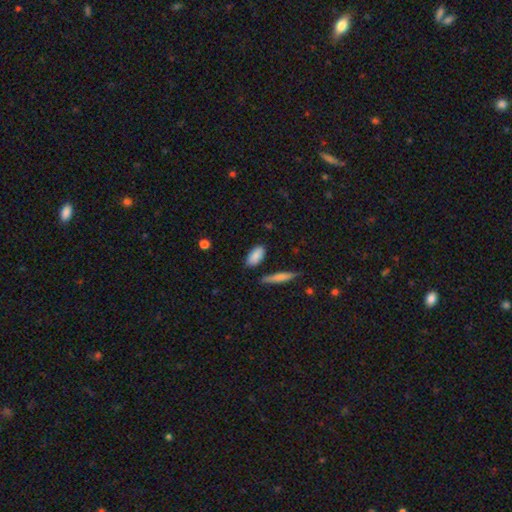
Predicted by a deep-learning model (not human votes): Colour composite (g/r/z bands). It shows a smooth galaxy with no disk features (85%) that is in between round and cigar-shaped (88%). Merging: none (77%).